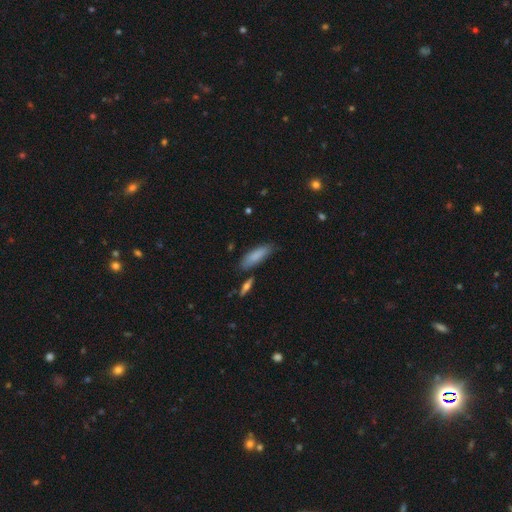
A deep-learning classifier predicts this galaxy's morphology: This appears to be a smooth galaxy with no disk features (82%) that is cigar-shaped (51%). Merging: none (76%).